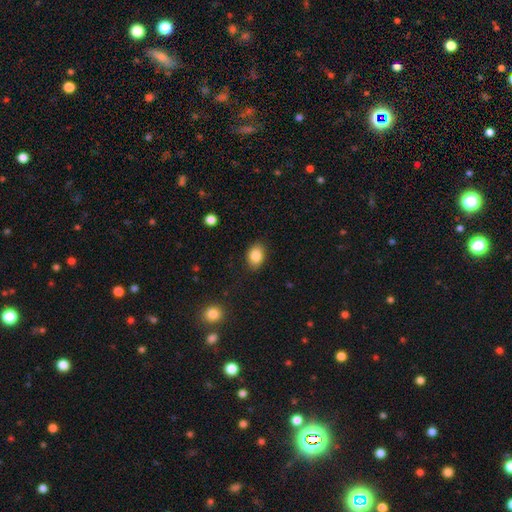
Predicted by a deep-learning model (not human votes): A smooth galaxy with no disk features (86%) that is in between round and cigar-shaped (74%).

Vote fractions:
- Smooth or featured? smooth: 86% / star or artifact: 8% / featured or disk: 6%
- How rounded? in between: 74% / round: 25% / cigar-shaped: 1%
- Merging? none: 82% / minor disturbance: 14% / major disturbance: 3% / merger: 1%